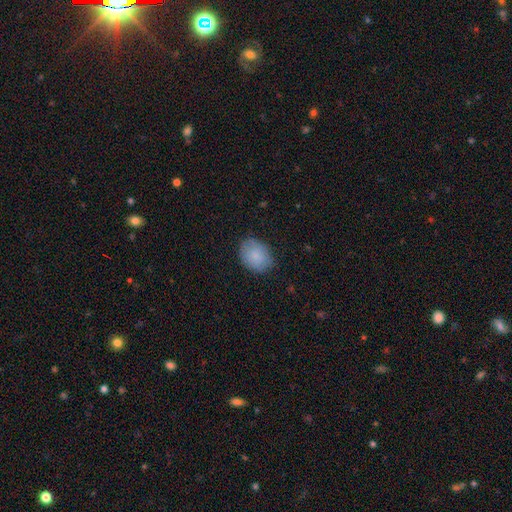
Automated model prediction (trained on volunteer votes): Smooth or featured? smooth (85%)
How rounded? in between (61%)
Merging? none (78%)